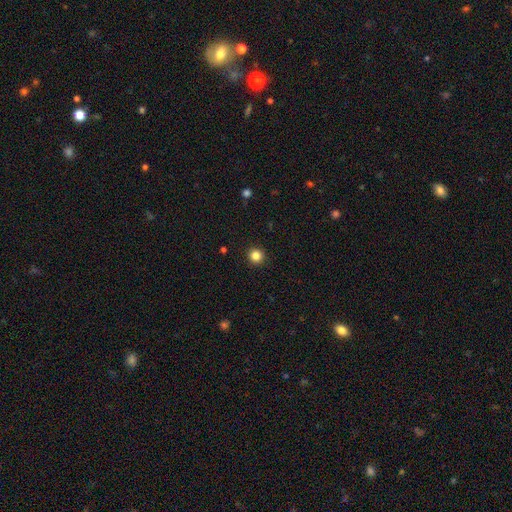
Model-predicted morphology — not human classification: The model was most divided on "smooth or featured": smooth: 84%, star or artifact: 12%, featured or disk: 4%. More confident: how rounded — round (95%); merging — none (93%).